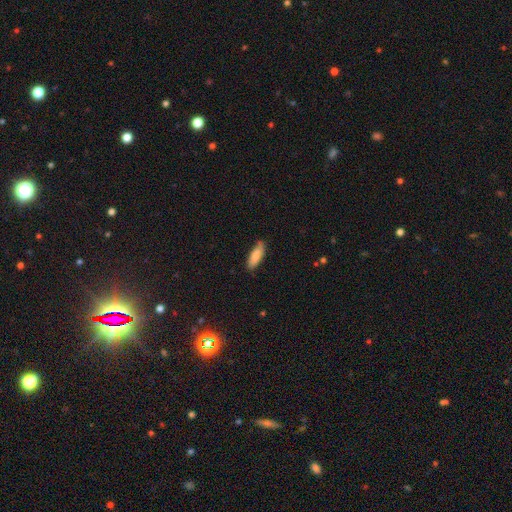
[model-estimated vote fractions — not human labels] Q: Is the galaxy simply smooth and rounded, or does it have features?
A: smooth — 82%.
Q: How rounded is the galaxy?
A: in between — 54%.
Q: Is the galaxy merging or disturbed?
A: none — 80%.